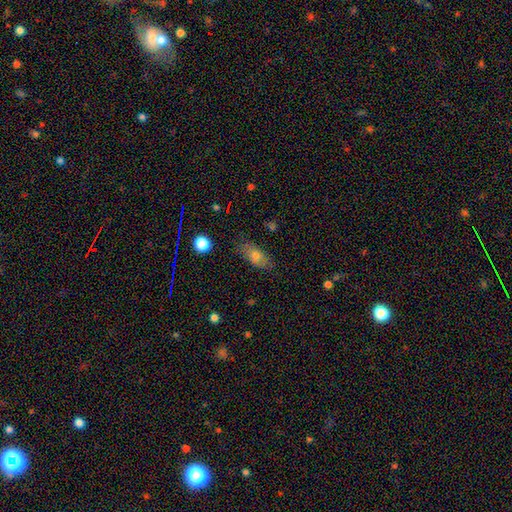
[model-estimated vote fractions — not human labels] This appears to be a smooth galaxy with no disk features (71%) that is in between round and cigar-shaped (83%). Merging: none (76%).